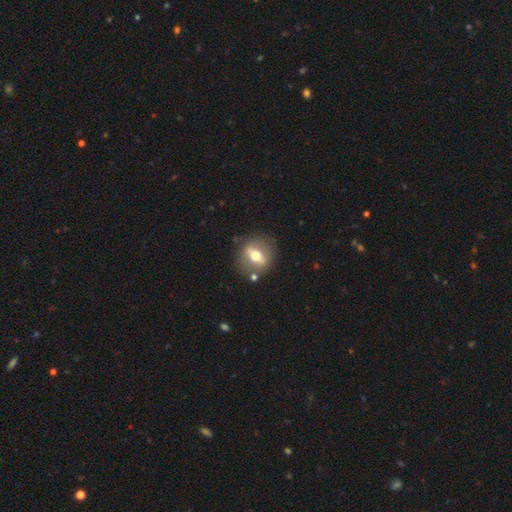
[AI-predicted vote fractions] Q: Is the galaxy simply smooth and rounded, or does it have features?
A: featured or disk — 54%.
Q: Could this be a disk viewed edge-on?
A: no — 58%.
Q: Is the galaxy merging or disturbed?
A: none — 81%.